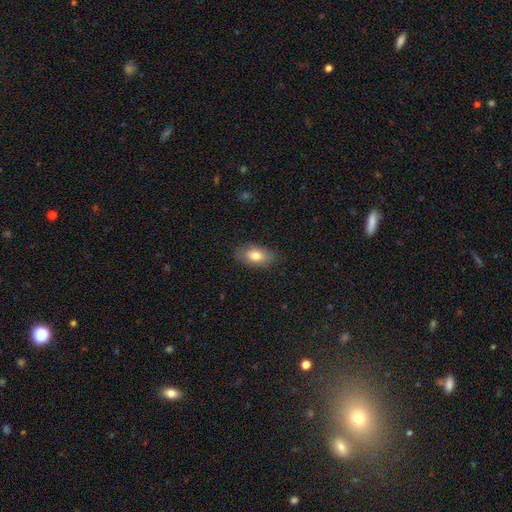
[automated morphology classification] Smooth or featured? smooth (78%)
How rounded? in between (91%)
Merging? none (83%)